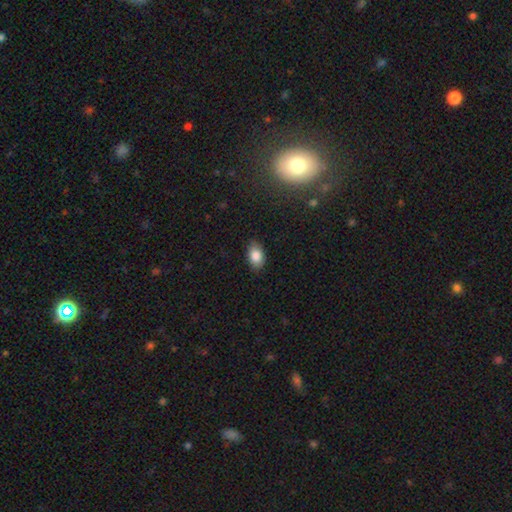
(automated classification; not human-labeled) smooth-or-featured: smooth: 85% | star or artifact: 8% | featured or disk: 7%
  how-rounded: in between: 90% | round: 8% | cigar-shaped: 2%
  merging: none: 83% | minor disturbance: 13% | major disturbance: 2% | merger: 1%